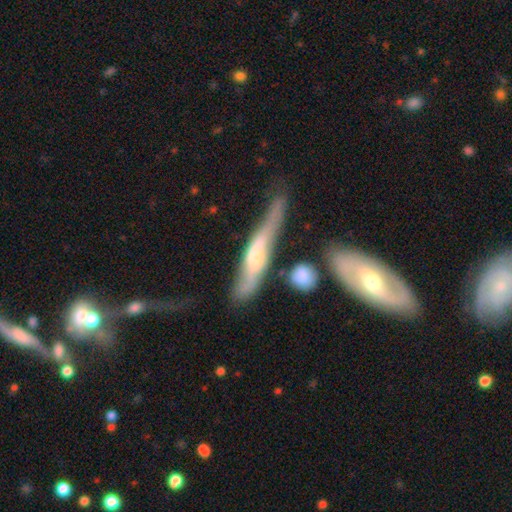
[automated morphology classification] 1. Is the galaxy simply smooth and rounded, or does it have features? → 59% featured or disk, 35% smooth, 6% star or artifact.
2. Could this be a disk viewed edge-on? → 78% yes, 22% no.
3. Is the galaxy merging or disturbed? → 47% none, 27% minor disturbance, 15% major disturbance, 11% merger.